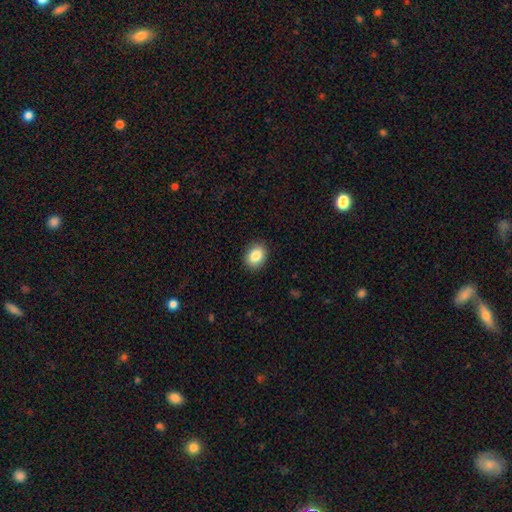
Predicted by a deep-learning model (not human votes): This is clearly a smooth galaxy (86%). How rounded: likely in between (61%). Merging: clearly none (89%).